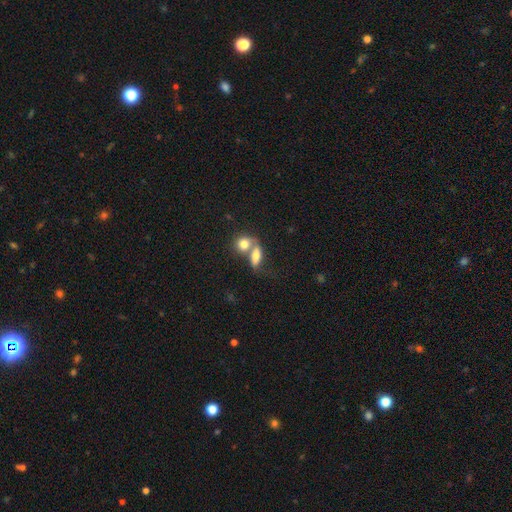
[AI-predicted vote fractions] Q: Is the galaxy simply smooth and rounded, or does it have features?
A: smooth — 74%.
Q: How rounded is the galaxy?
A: in between — 70%.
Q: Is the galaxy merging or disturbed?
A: merger — 60%.